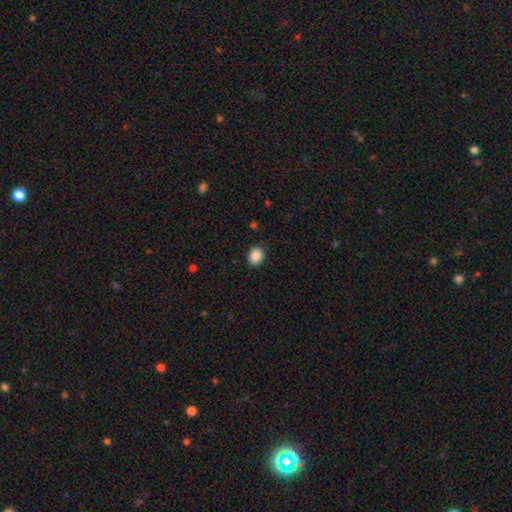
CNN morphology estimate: smooth_or_featured: smooth (p=0.89) [alt: star or artifact p=0.08]
how_rounded: in between (p=0.57) [alt: round p=0.42]
merging: none (p=0.87) [alt: minor disturbance p=0.10]